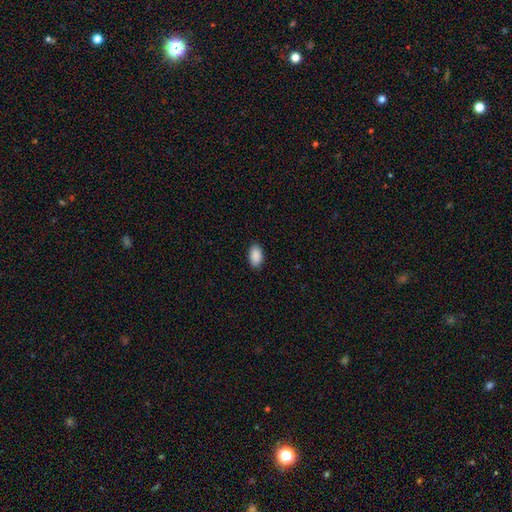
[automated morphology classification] Smooth or featured?
  - smooth: 91% *
  - star or artifact: 7%
  - featured or disk: 3%
How rounded?
  - in between: 94% *
  - round: 5%
  - cigar-shaped: 2%
Merging?
  - none: 89% *
  - minor disturbance: 8%
  - major disturbance: 2%
  - merger: 1%